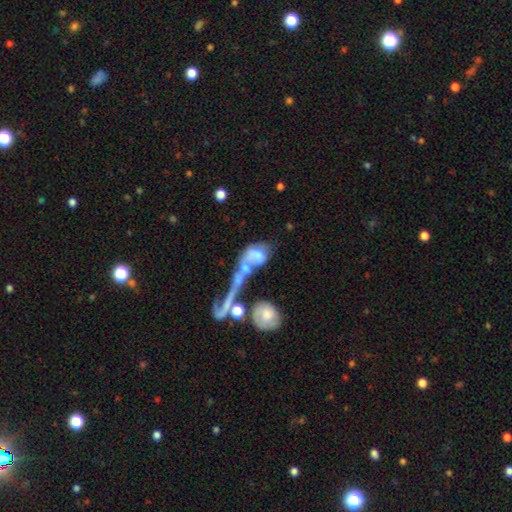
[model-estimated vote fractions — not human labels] Smooth or featured: smooth — 49% (featured or disk — 38%)
Merging: merger — 59% (major disturbance — 20%)